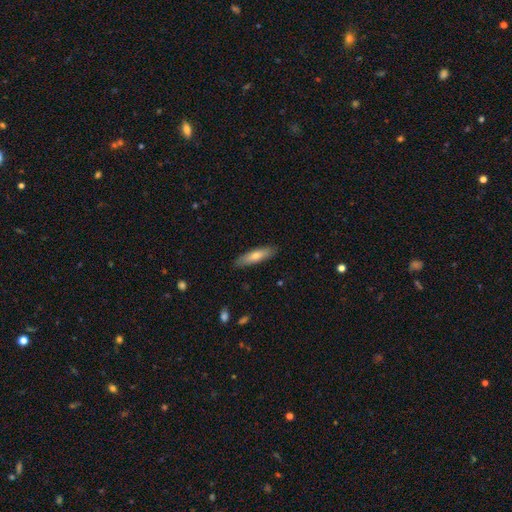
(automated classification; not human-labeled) smooth-or-featured: smooth: 68% | featured or disk: 26% | star or artifact: 6%
  how-rounded: cigar-shaped: 70% | in between: 29% | round: 2%
  merging: none: 88% | minor disturbance: 9% | major disturbance: 2% | merger: 1%